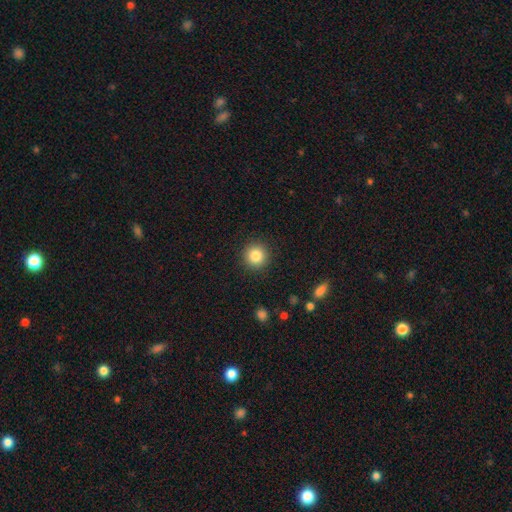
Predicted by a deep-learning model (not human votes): The model was most divided on "smooth or featured": smooth: 84%, star or artifact: 10%, featured or disk: 6%. More confident: how rounded — round (94%); merging — none (91%).